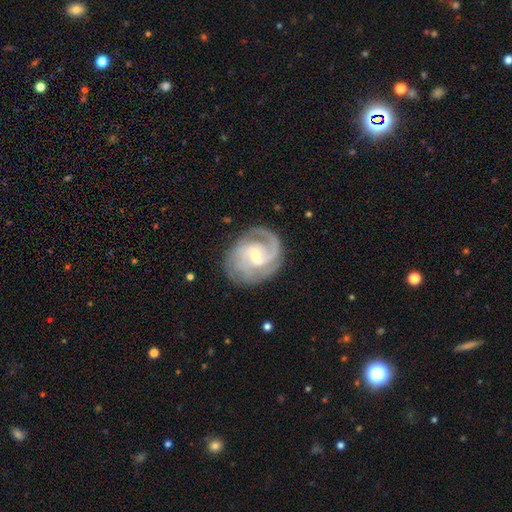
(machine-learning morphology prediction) Smooth or featured? featured or disk (89%)
Edge-on disk? no (98%)
Bar? weak (46%)
Spiral arms? yes (98%)
Spiral winding? tight (47%)
Spiral arm count? 2 (46%)
Bulge size? small (59%)
Merging? none (76%)